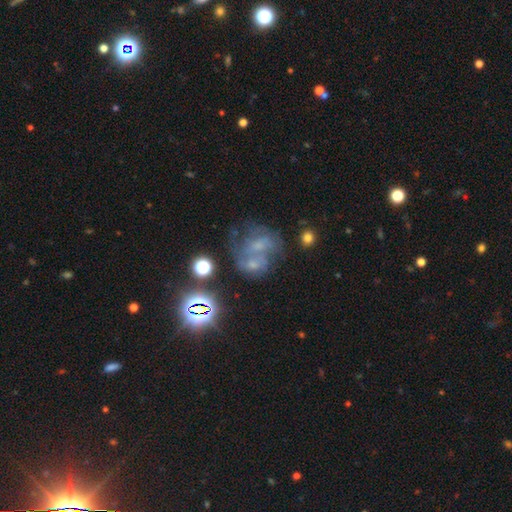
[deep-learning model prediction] Morphology: type=star or artifact (40%).